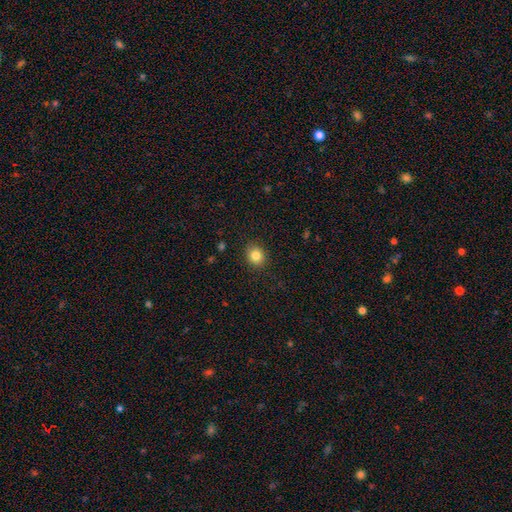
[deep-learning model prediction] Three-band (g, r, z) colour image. It shows a smooth galaxy with no disk features (83%) that is round (75%). Merging: none (90%).